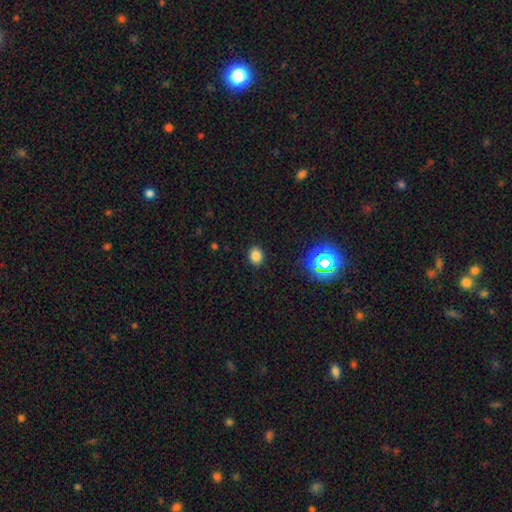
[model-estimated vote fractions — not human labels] Q: Smooth or featured?
A: smooth (79%); runner-up: star or artifact (16%)
Q: How rounded?
A: round (54%); runner-up: in between (45%)
Q: Merging?
A: none (89%); runner-up: minor disturbance (7%)